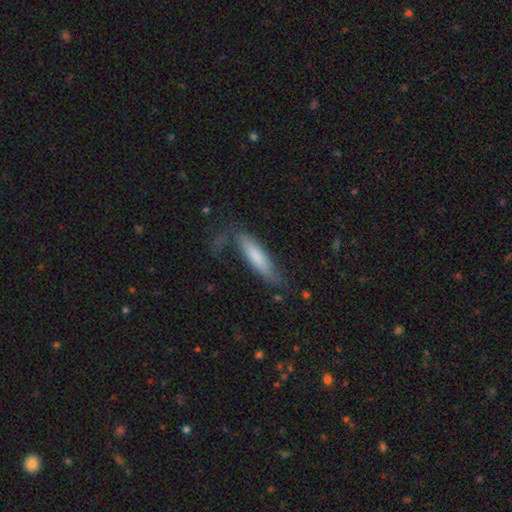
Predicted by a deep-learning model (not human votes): Overall: smooth (70%). How rounded: cigar-shaped (78%). Merging: none (59%; minor disturbance 26%).